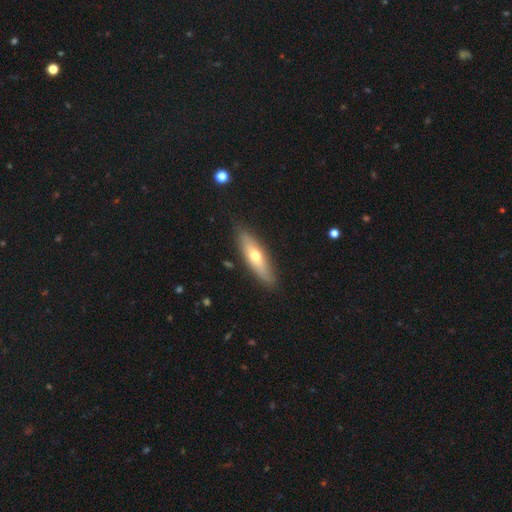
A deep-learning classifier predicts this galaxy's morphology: type=smooth (54%); roundness=cigar-shaped (57%); merging=none (84%).